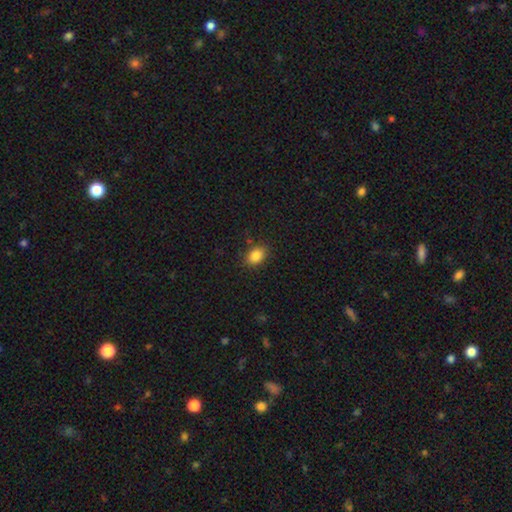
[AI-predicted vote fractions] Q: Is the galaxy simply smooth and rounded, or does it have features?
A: smooth — 85%.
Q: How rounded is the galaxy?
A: in between — 75%.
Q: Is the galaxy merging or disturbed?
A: none — 85%.